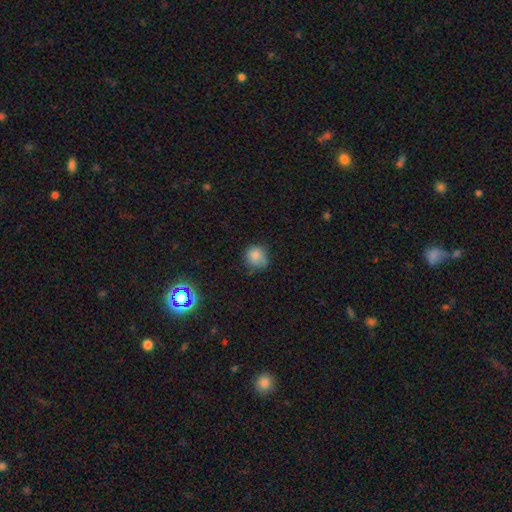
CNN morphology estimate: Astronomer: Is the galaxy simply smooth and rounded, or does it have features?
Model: smooth — 82%.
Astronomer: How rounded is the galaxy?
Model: round — 84%.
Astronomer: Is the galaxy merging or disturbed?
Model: none — 65%.